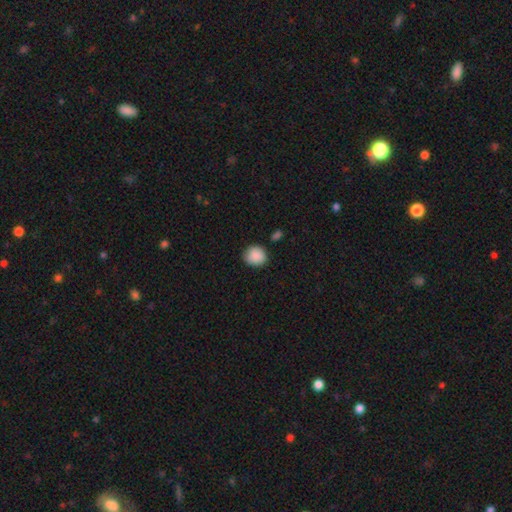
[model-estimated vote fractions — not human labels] Morphology: type=smooth (88%); roundness=round (79%); merging=none (81%).